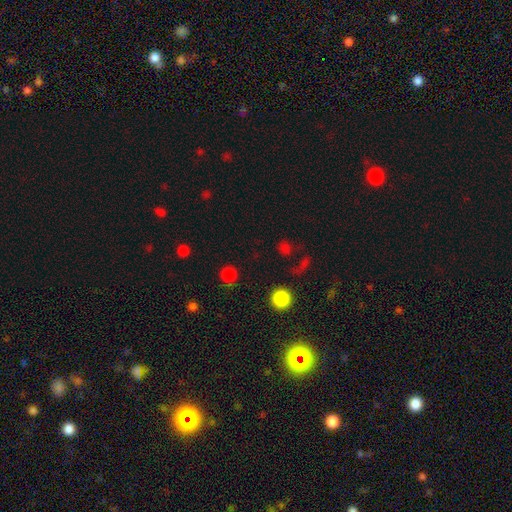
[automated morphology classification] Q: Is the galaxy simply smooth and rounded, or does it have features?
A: smooth — 62%.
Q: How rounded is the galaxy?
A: round — 89%.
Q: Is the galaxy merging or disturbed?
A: none — 85%.